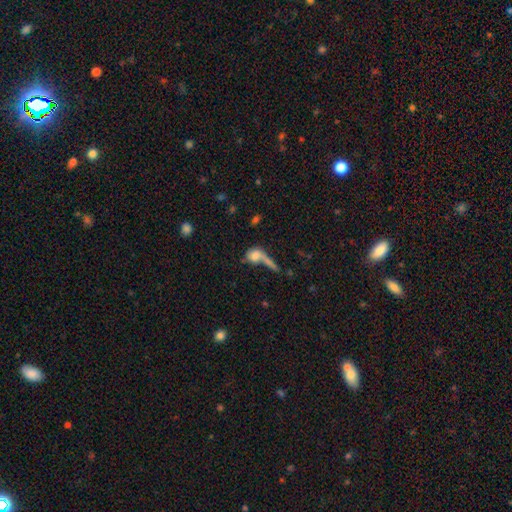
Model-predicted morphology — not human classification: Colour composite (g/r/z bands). It shows a smooth galaxy with no disk features (69%) that is round (45%). Merging: merger (36%).